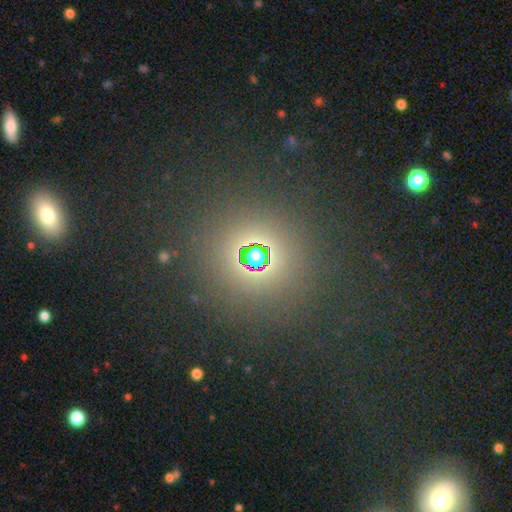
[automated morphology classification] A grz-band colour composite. It shows a star or artifact, not a galaxy (59%).